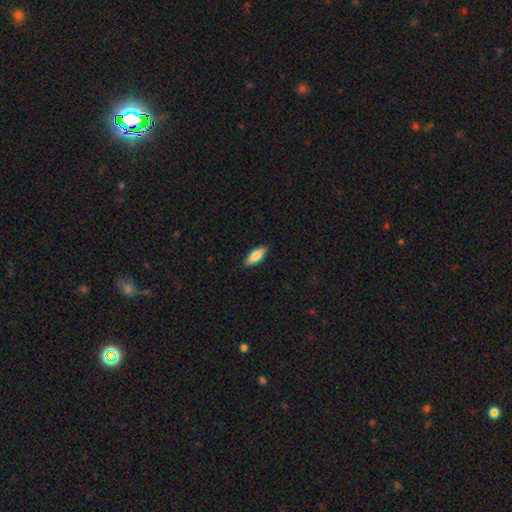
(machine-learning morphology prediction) Smooth or featured? Predicted: smooth (p=0.79). How rounded? Predicted: in between (p=0.61). Merging? Predicted: none (p=0.88).